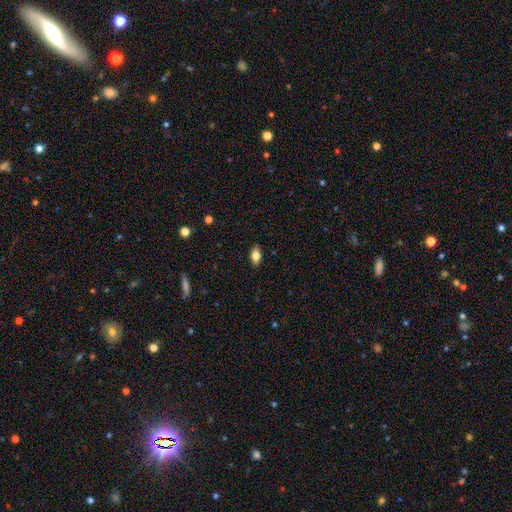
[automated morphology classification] Q: Smooth or featured?
A: smooth (77%); runner-up: featured or disk (15%)
Q: How rounded?
A: in between (87%); runner-up: round (7%)
Q: Merging?
A: none (87%); runner-up: minor disturbance (10%)